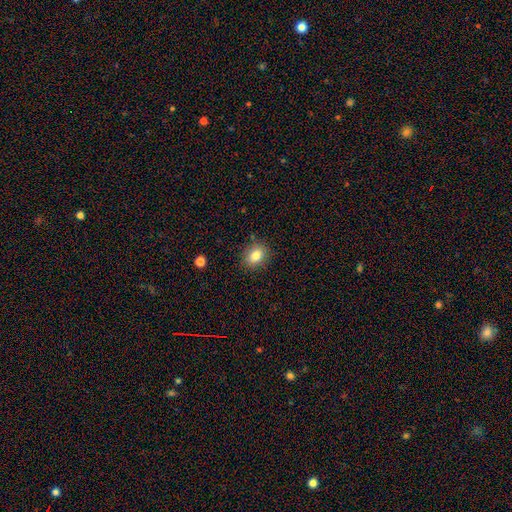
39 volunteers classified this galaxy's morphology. smooth_or_featured: smooth (p=0.85) [alt: featured or disk p=0.10]
how_rounded: in between (p=0.58) [alt: round p=0.42]
merging: none (p=0.81) [alt: minor disturbance p=0.14]